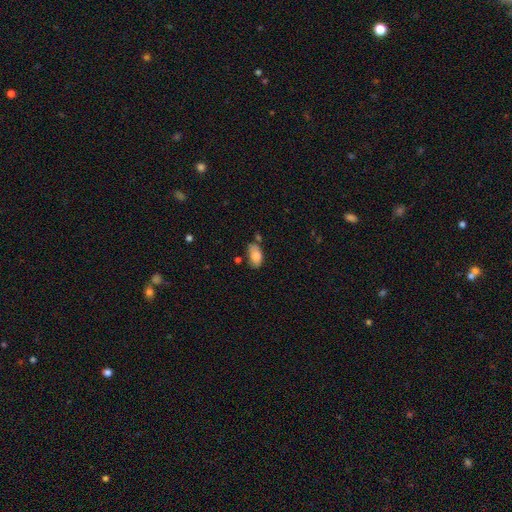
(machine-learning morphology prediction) Smooth or featured?
  - smooth: 79% *
  - featured or disk: 13%
  - star or artifact: 7%
How rounded?
  - in between: 94% *
  - round: 4%
  - cigar-shaped: 2%
Merging?
  - none: 58% *
  - minor disturbance: 26%
  - merger: 10%
  - major disturbance: 6%